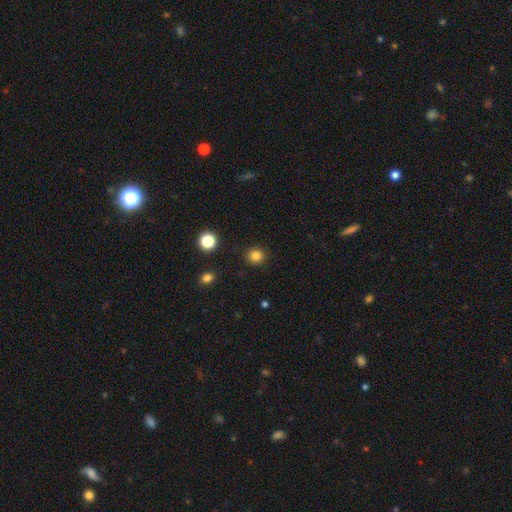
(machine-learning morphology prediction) The model was most divided on "smooth or featured": smooth: 83%, star or artifact: 12%, featured or disk: 4%. More confident: merging — none (91%); how rounded — round (88%).